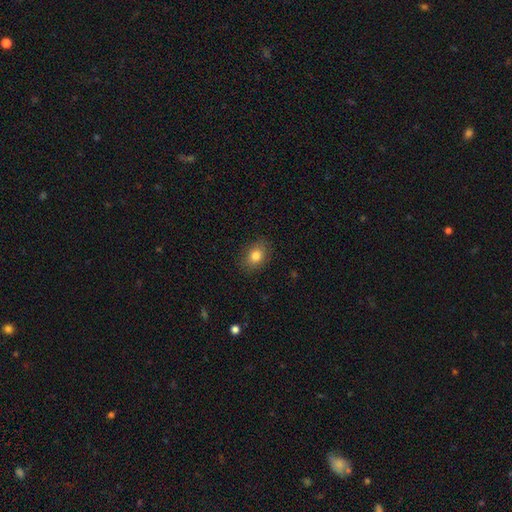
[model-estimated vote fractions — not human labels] Overall: smooth (81%). How rounded: in between (67%; round 32%). Merging: none (86%).